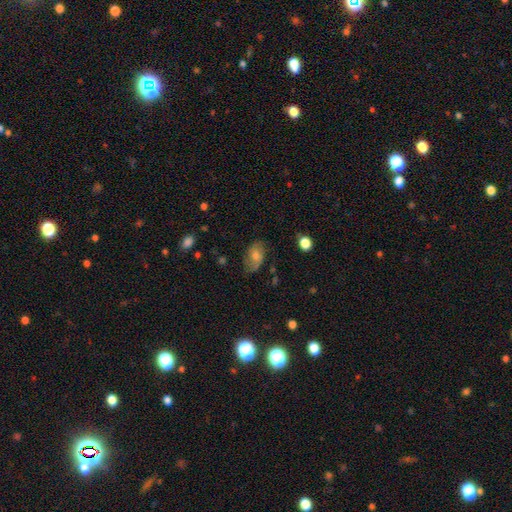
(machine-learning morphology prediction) Overall: smooth (46%; featured or disk 41%). Merging: none (71%).